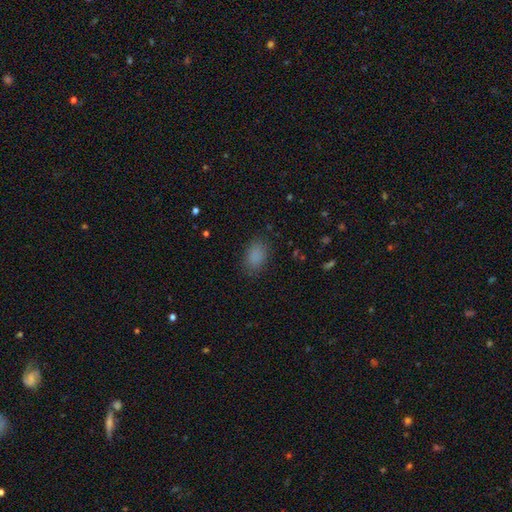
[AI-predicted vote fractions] Smooth or featured? Predicted: smooth (p=0.85). How rounded? Predicted: in between (p=0.83). Merging? Predicted: none (p=0.83).